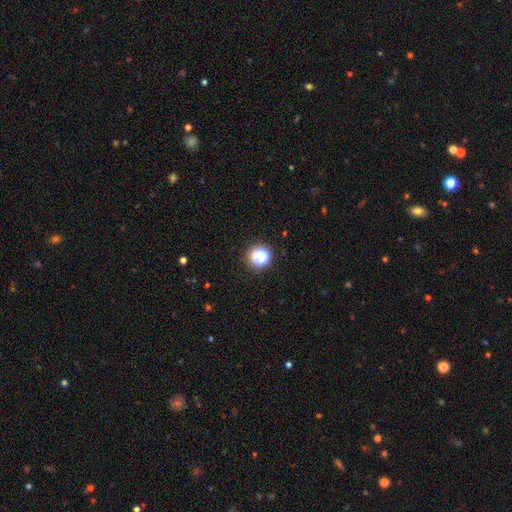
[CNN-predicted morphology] Smooth or featured? Predicted: smooth (p=0.55). How rounded? Predicted: round (p=0.86). Merging? Predicted: none (p=0.78).